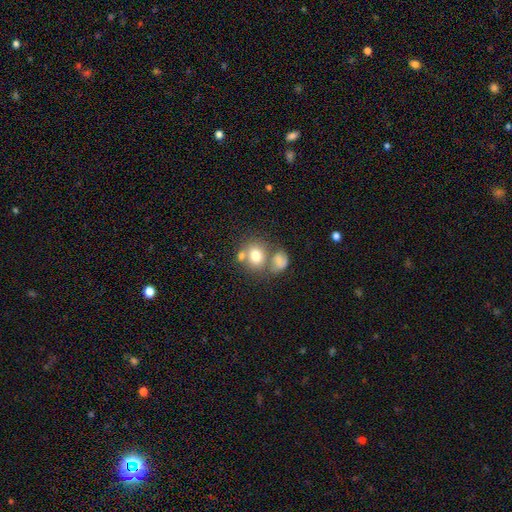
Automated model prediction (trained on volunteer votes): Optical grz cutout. It shows a smooth galaxy with no disk features (74%) that is round (69%). Merging: none (45%).